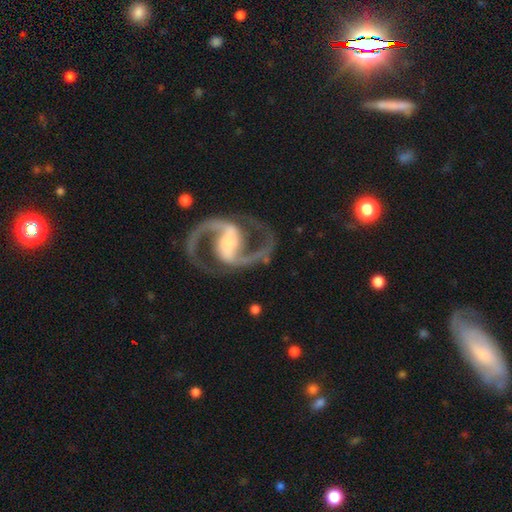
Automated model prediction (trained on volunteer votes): smooth-or-featured: featured or disk: 94% | star or artifact: 4% | smooth: 2%
  disk-edge-on: no: 98% | yes: 2%
    bar: strong: 49% | weak: 35% | no: 16%
    has-spiral-arms: yes: 98% | no: 2%
      spiral-winding: medium: 70% | loose: 16% | tight: 14%
      spiral-arm-count: 2: 95% | can't tell: 1% | 3: 1% | 1: 1% | 4: 1% | more than 4: 1%
    bulge-size: moderate: 40% | small: 38% | large: 13% | none: 8% | dominant: 2%
  merging: none: 83% | minor disturbance: 10% | major disturbance: 5% | merger: 1%